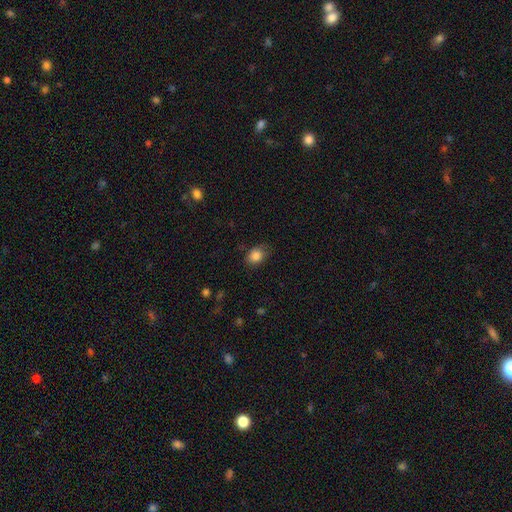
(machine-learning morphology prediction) The model was most divided on "how rounded": in between: 57%, round: 42%, cigar-shaped: 1%. More confident: smooth or featured — smooth (85%); merging — none (73%).